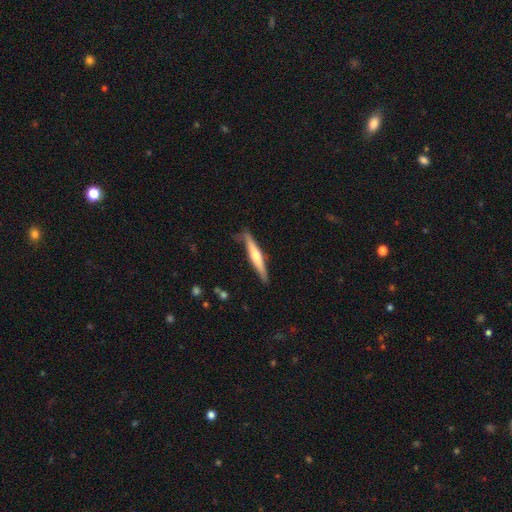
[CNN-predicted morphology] This appears to be a featured or disk galaxy (56%) viewed edge-on (95%) with a rounded central bulge (83%). Merging: none (80%).